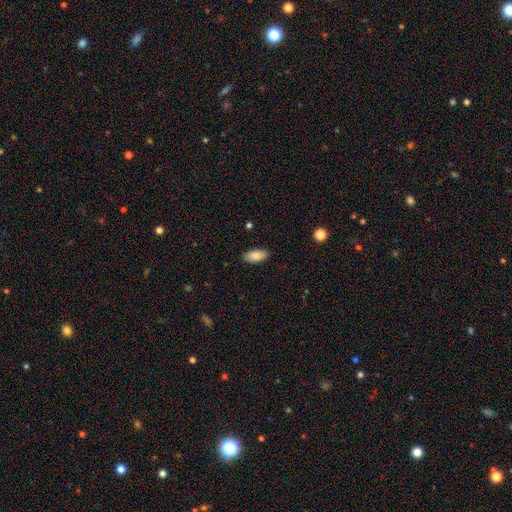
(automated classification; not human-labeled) Overall: smooth (86%). How rounded: in between (90%). Merging: none (88%).